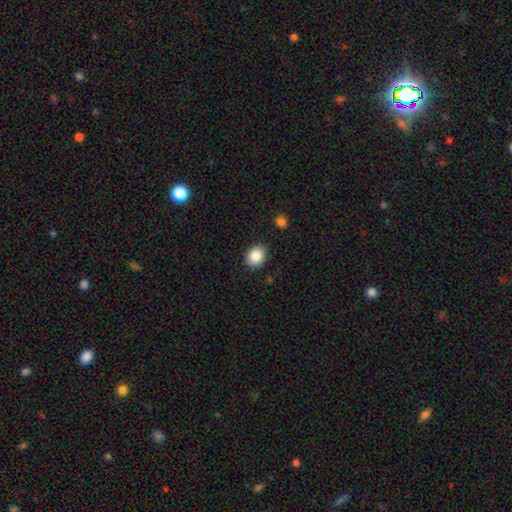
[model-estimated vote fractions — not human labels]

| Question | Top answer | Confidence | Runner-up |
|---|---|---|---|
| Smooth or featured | smooth | 87% | star or artifact (8%) |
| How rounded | round | 53% | in between (46%) |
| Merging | none | 88% | minor disturbance (9%) |